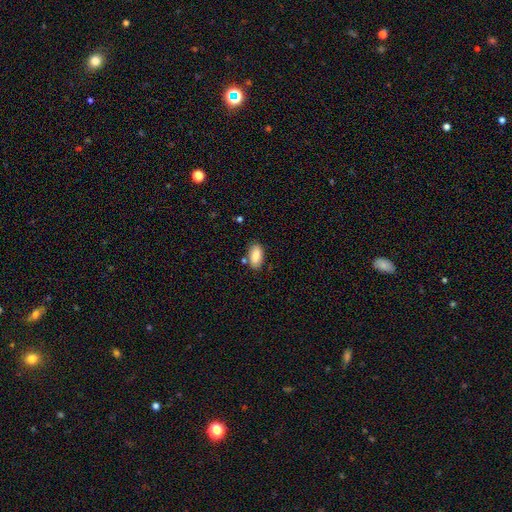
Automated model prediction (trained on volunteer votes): A smooth galaxy with no disk features (86%) that is in between round and cigar-shaped (90%). Merging: none (79%).